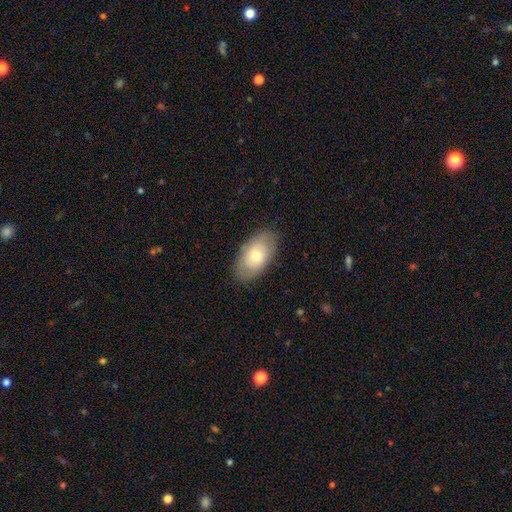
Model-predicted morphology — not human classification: A smooth galaxy with no disk features (70%) that is in between round and cigar-shaped (93%).

Vote fractions:
- Smooth or featured? smooth: 70% / featured or disk: 23% / star or artifact: 6%
- How rounded? in between: 93% / round: 5% / cigar-shaped: 2%
- Merging? none: 84% / minor disturbance: 12% / major disturbance: 3% / merger: 1%